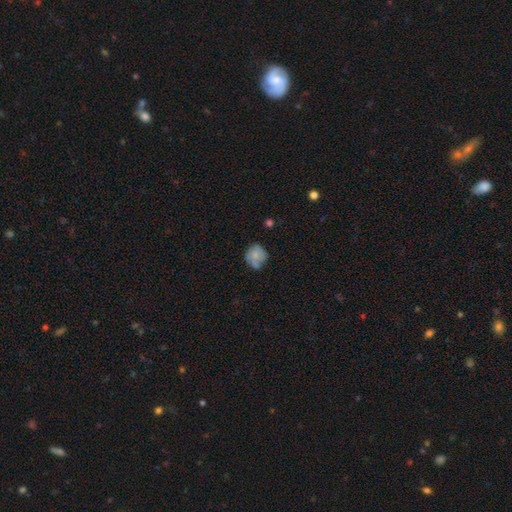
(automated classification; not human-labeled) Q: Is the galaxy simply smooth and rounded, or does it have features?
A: smooth — 59%.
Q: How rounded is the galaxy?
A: round — 76%.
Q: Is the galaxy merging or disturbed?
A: none — 57%.